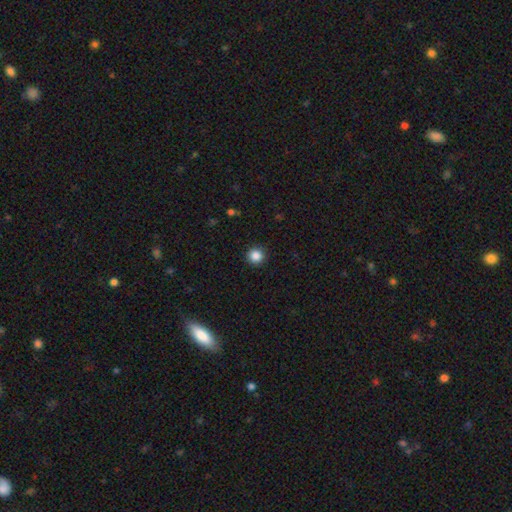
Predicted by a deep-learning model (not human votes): Overall: smooth (85%). How rounded: round (95%). Merging: none (93%).